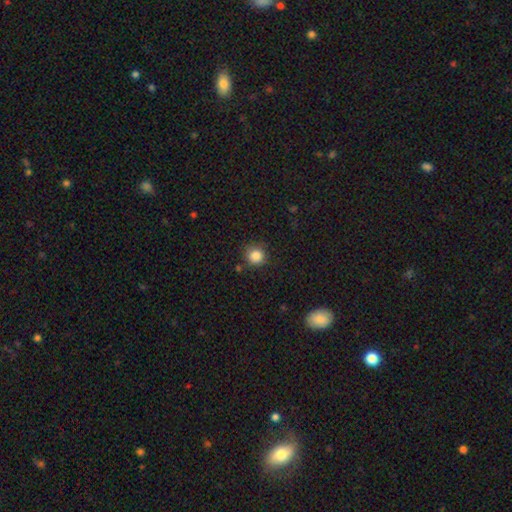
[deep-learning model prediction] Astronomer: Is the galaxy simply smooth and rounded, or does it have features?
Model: smooth — 85%.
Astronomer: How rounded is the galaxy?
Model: round — 92%.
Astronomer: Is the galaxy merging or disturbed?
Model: none — 84%.